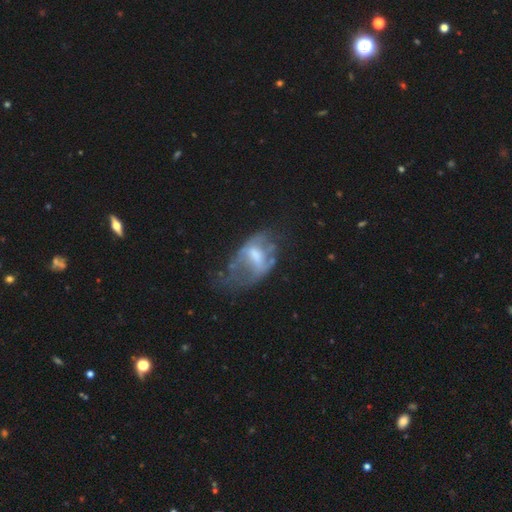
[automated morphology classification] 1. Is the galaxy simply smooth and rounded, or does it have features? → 59% featured or disk, 31% smooth, 9% star or artifact.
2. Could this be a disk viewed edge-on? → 95% no, 5% yes.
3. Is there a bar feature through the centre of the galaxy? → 42% no, 41% weak, 17% strong.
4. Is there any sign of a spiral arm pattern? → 60% no, 40% yes.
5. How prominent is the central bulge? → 44% moderate, 23% small, 18% none, 14% large, 2% dominant.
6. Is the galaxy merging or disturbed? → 42% major disturbance, 28% none, 24% minor disturbance, 7% merger.